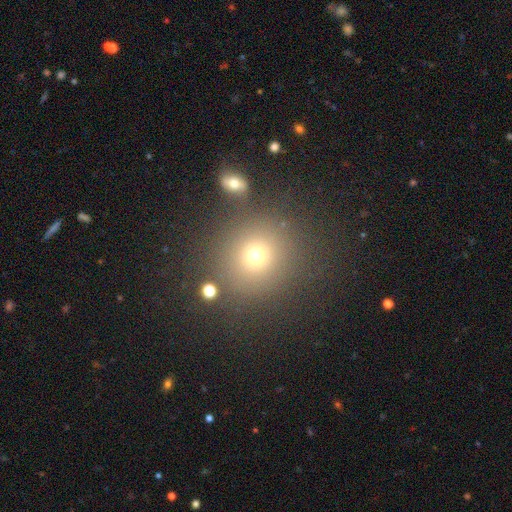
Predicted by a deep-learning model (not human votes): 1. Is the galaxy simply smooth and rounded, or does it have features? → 69% smooth, 21% star or artifact, 10% featured or disk.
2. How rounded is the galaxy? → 89% round, 10% in between, 1% cigar-shaped.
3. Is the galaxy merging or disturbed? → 82% none, 8% minor disturbance, 6% merger, 4% major disturbance.